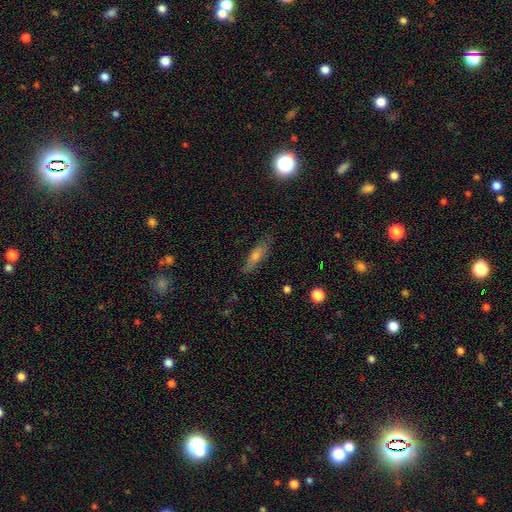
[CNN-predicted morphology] smooth 50%, featured or disk 38%, star or artifact 12%. Down the decision tree: merging — none (81%).